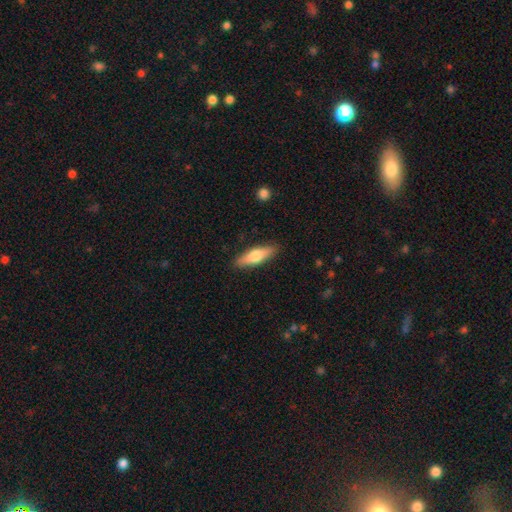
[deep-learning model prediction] Smooth or featured?
  - smooth: 65% *
  - featured or disk: 30%
  - star or artifact: 6%
How rounded?
  - cigar-shaped: 57% *
  - in between: 41%
  - round: 2%
Merging?
  - none: 88% *
  - minor disturbance: 9%
  - major disturbance: 2%
  - merger: 1%